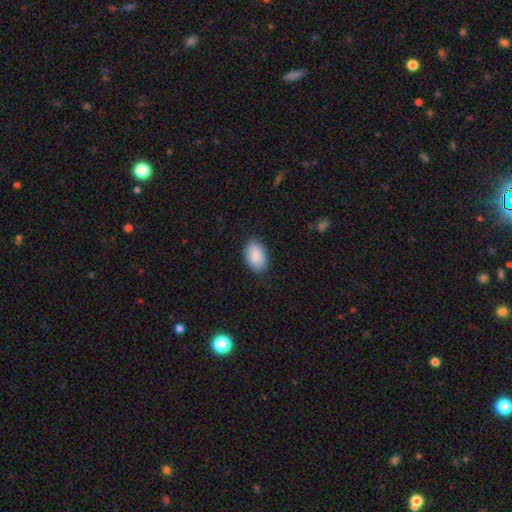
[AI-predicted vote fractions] A smooth galaxy with no disk features (86%) that is in between round and cigar-shaped (91%). Merging: none (85%).